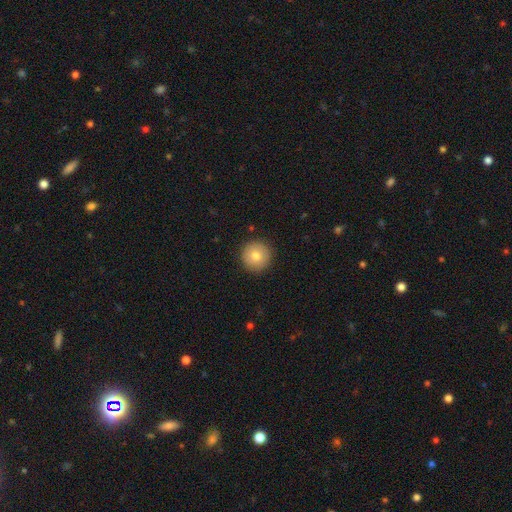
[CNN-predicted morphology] type=smooth (79%); roundness=round (96%); merging=none (91%).